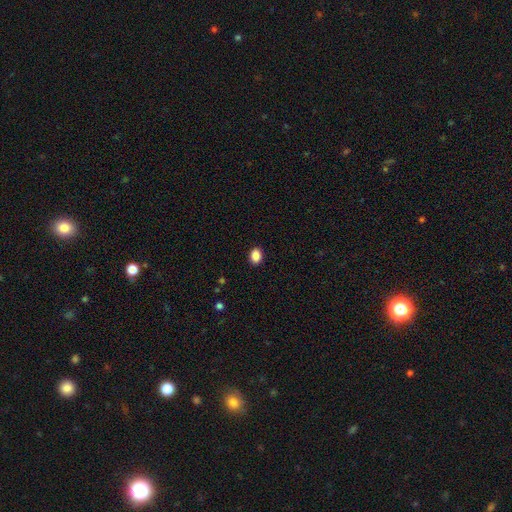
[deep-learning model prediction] A smooth galaxy with no disk features (88%) that is in between round and cigar-shaped (66%).

Vote fractions:
- Smooth or featured? smooth: 88% / star or artifact: 9% / featured or disk: 3%
- How rounded? in between: 66% / round: 33% / cigar-shaped: 1%
- Merging? none: 90% / minor disturbance: 7% / major disturbance: 2% / merger: 1%